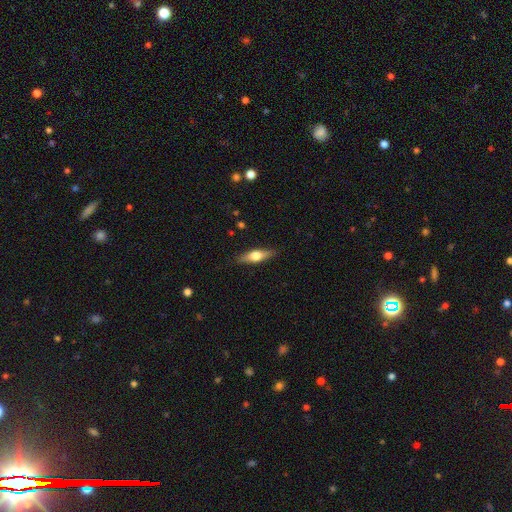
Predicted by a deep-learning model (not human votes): Overall: smooth (49%; featured or disk 45%). Merging: none (87%).